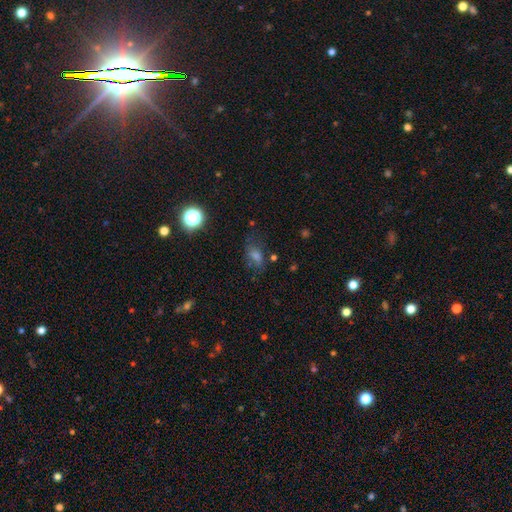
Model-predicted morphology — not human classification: A smooth galaxy with no disk features (45%).

Vote fractions:
- Smooth or featured? smooth: 45% / star or artifact: 30% / featured or disk: 25%
- Merging? none: 64% / minor disturbance: 21% / major disturbance: 13% / merger: 3%